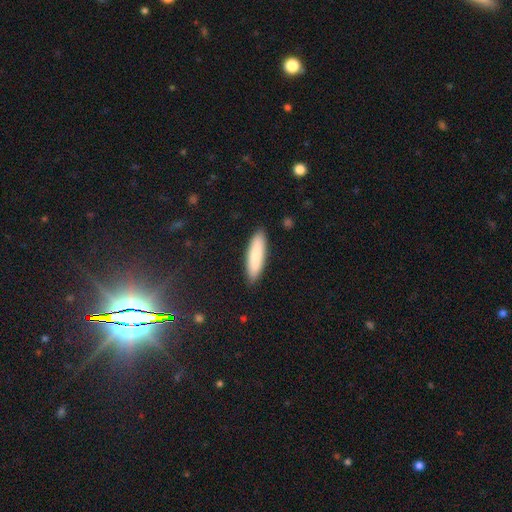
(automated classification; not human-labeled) The model was most divided on "how rounded": cigar-shaped: 67%, in between: 32%, round: 1%. More confident: merging — none (89%); smooth or featured — smooth (82%).